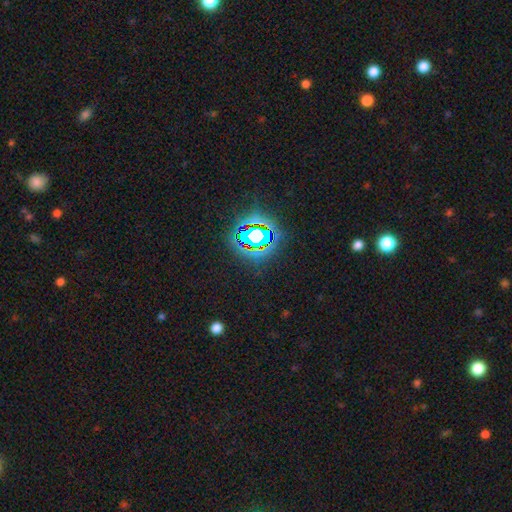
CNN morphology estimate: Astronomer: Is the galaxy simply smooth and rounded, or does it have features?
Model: star or artifact — 84%.